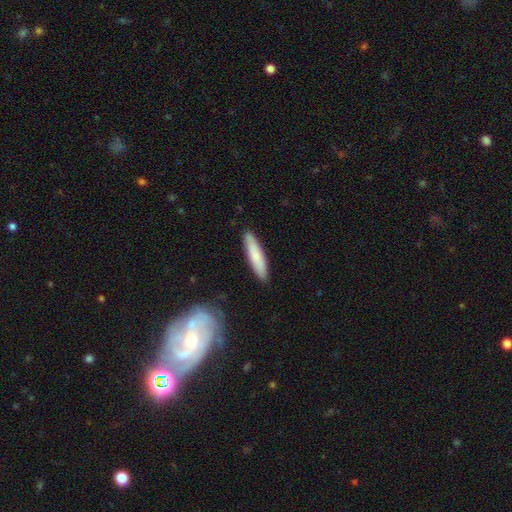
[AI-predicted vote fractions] This appears to be a smooth galaxy with no disk features (75%) that is cigar-shaped (84%). Merging: none (88%).